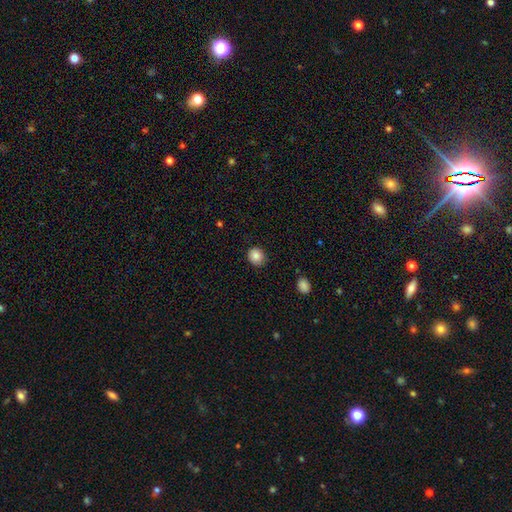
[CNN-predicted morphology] A smooth galaxy with no disk features (86%) that is round (82%).

Vote fractions:
- Smooth or featured? smooth: 86% / star or artifact: 9% / featured or disk: 5%
- How rounded? round: 82% / in between: 17% / cigar-shaped: 1%
- Merging? none: 88% / minor disturbance: 8% / major disturbance: 2% / merger: 1%